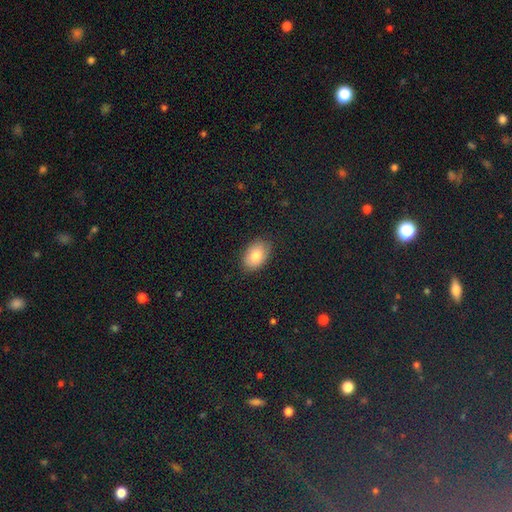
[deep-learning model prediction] The model was most divided on "smooth or featured": smooth: 84%, featured or disk: 8%, star or artifact: 8%. More confident: how rounded — in between (88%); merging — none (86%).